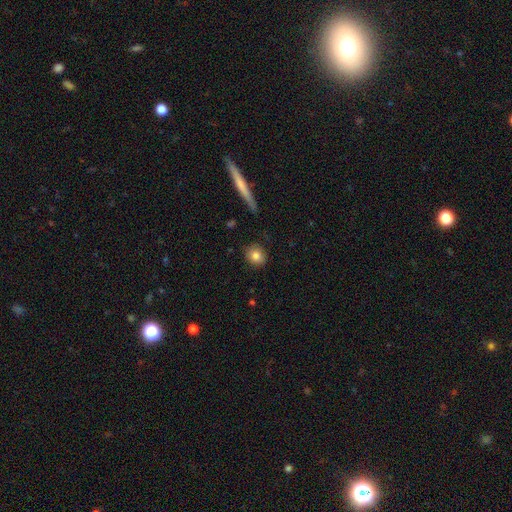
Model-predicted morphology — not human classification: Smooth or featured? smooth (83%)
How rounded? round (74%)
Merging? none (86%)